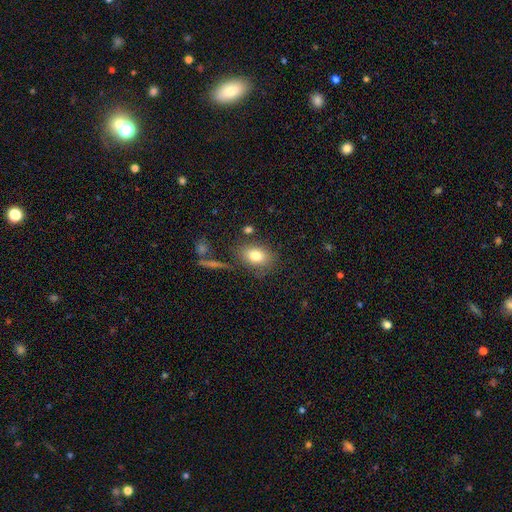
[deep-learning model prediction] A smooth galaxy with no disk features (79%) that is in between round and cigar-shaped (73%).

Vote fractions:
- Smooth or featured? smooth: 79% / featured or disk: 11% / star or artifact: 10%
- How rounded? in between: 73% / round: 25% / cigar-shaped: 2%
- Merging? none: 75% / minor disturbance: 15% / major disturbance: 5% / merger: 5%